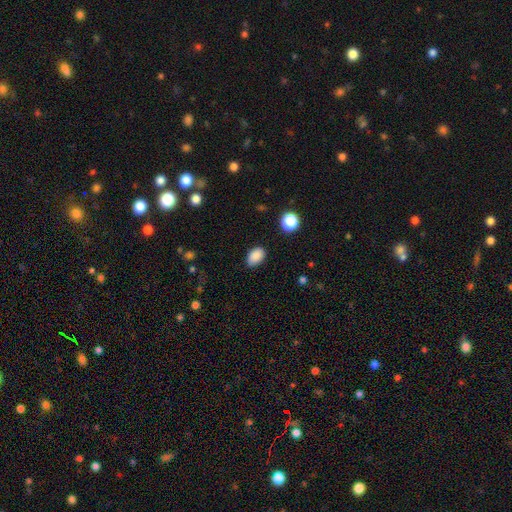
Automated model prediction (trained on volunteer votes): smooth-or-featured: smooth: 87% | star or artifact: 9% | featured or disk: 4%
  how-rounded: in between: 86% | round: 13% | cigar-shaped: 1%
  merging: none: 81% | minor disturbance: 15% | major disturbance: 3% | merger: 1%